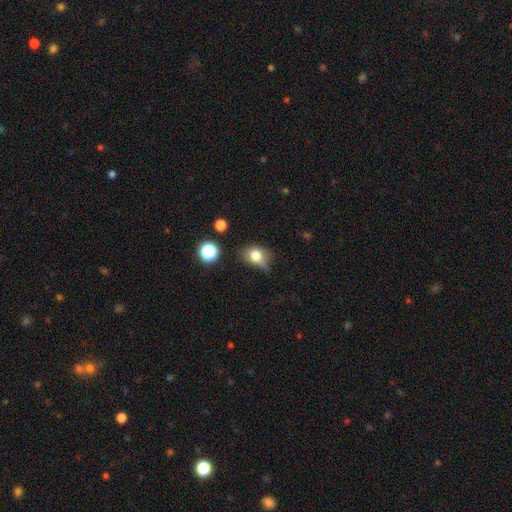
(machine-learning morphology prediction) A smooth galaxy with no disk features (73%) that is in between round and cigar-shaped (58%). Merging: none (44%).